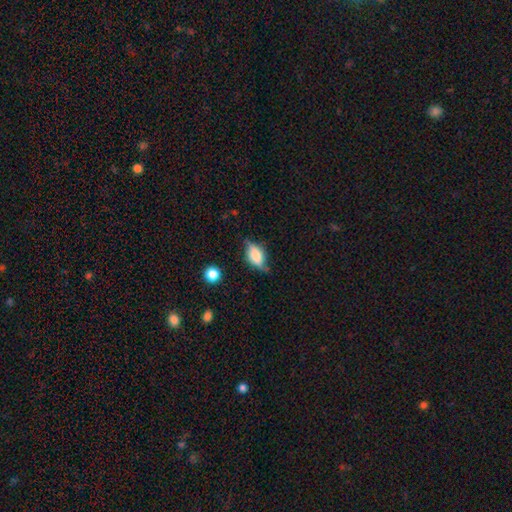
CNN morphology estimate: smooth-or-featured: smooth: 49% | featured or disk: 42% | star or artifact: 9%
  merging: none: 58% | minor disturbance: 31% | major disturbance: 9% | merger: 2%